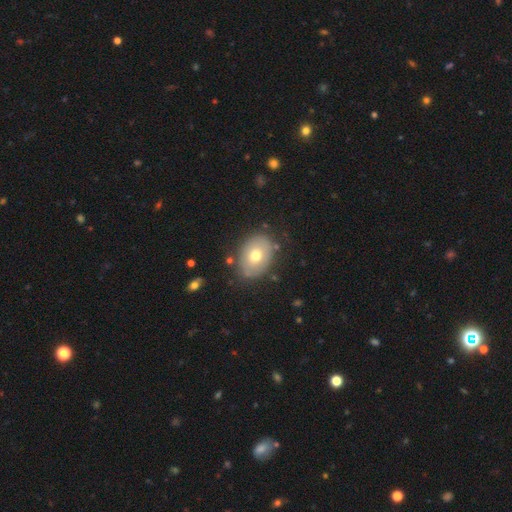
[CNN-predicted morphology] A smooth galaxy with no disk features (63%) that is in between round and cigar-shaped (72%).

Vote fractions:
- Smooth or featured? smooth: 63% / featured or disk: 29% / star or artifact: 8%
- How rounded? in between: 72% / round: 28% / cigar-shaped: 1%
- Merging? none: 79% / minor disturbance: 14% / major disturbance: 4% / merger: 3%